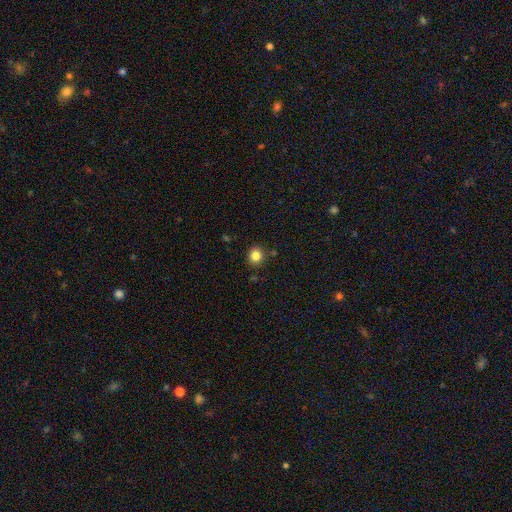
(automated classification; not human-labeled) Smooth or featured?
  - smooth: 84% *
  - star or artifact: 11%
  - featured or disk: 5%
How rounded?
  - round: 86% *
  - in between: 13%
  - cigar-shaped: 1%
Merging?
  - none: 88% *
  - minor disturbance: 8%
  - merger: 2%
  - major disturbance: 2%